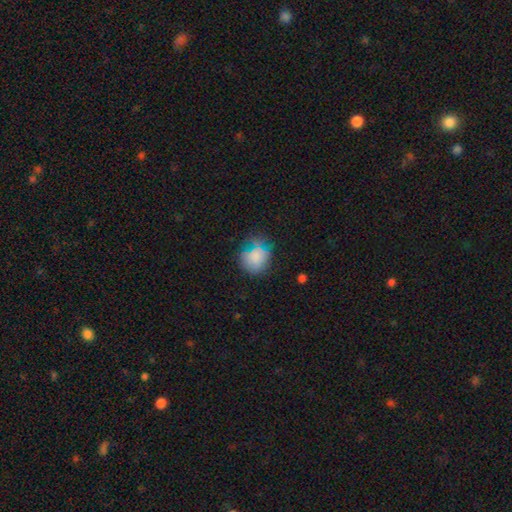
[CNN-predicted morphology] A smooth galaxy with no disk features (76%) that is round (74%).

Vote fractions:
- Smooth or featured? smooth: 76% / star or artifact: 13% / featured or disk: 10%
- How rounded? round: 74% / in between: 25% / cigar-shaped: 1%
- Merging? none: 62% / minor disturbance: 23% / major disturbance: 10% / merger: 5%